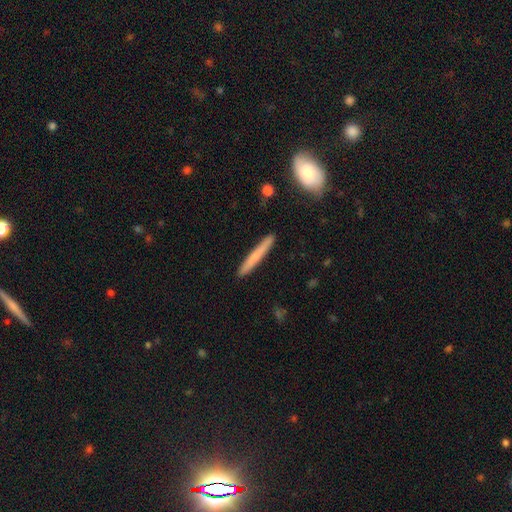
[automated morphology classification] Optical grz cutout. It shows a smooth galaxy with no disk features (66%) that is cigar-shaped (96%). Merging: none (90%).